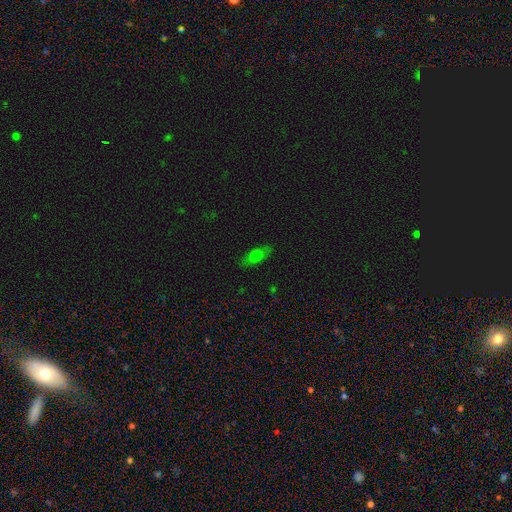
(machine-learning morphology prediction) type=smooth (65%); roundness=in between (71%); merging=none (83%).